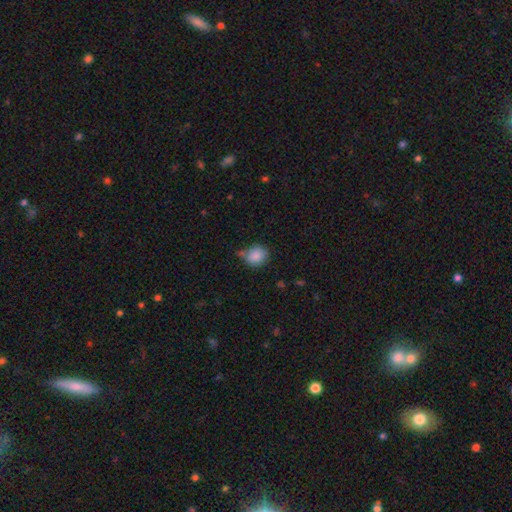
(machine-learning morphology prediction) This is clearly a smooth galaxy (86%). How rounded: likely round (73%). Merging: possibly none (59%).